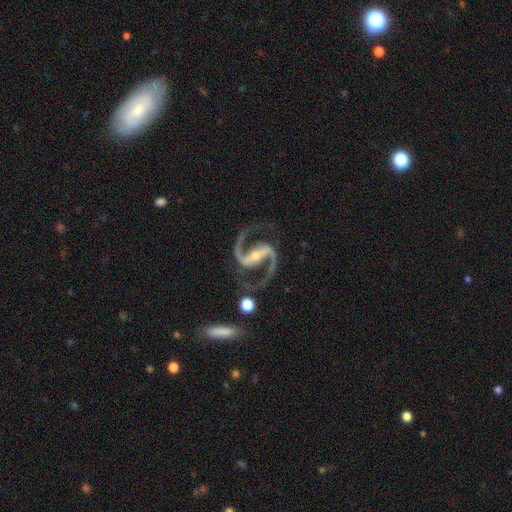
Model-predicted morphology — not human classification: smooth-or-featured: featured or disk: 94% | star or artifact: 4% | smooth: 2%
  disk-edge-on: no: 98% | yes: 2%
    bar: strong: 70% | weak: 21% | no: 10%
    has-spiral-arms: yes: 99% | no: 1%
      spiral-winding: medium: 67% | loose: 20% | tight: 13%
      spiral-arm-count: 2: 95% | 3: 1% | 1: 1% | can't tell: 1% | 4: 1% | more than 4: 1%
    bulge-size: small: 57% | moderate: 38% | large: 2% | none: 2% | dominant: 1%
  merging: none: 78% | minor disturbance: 12% | major disturbance: 7% | merger: 3%